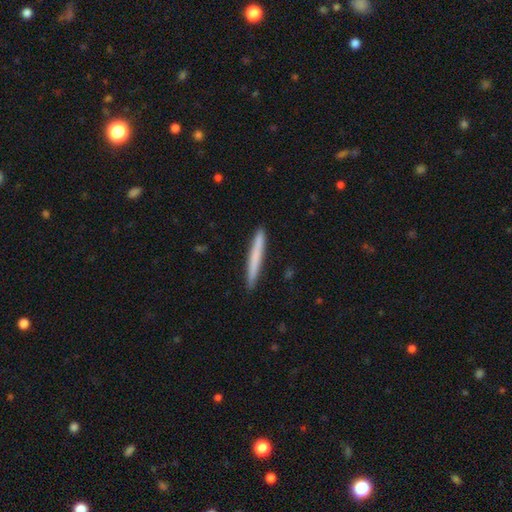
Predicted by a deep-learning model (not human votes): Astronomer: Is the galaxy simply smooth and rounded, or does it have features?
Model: smooth — 69%.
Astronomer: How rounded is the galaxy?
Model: cigar-shaped — 97%.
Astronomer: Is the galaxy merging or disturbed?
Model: none — 91%.